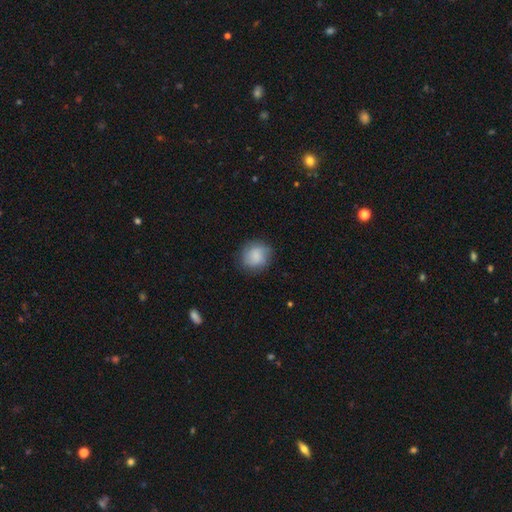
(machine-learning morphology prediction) A smooth galaxy with no disk features (84%) that is round (82%). Merging: none (80%).